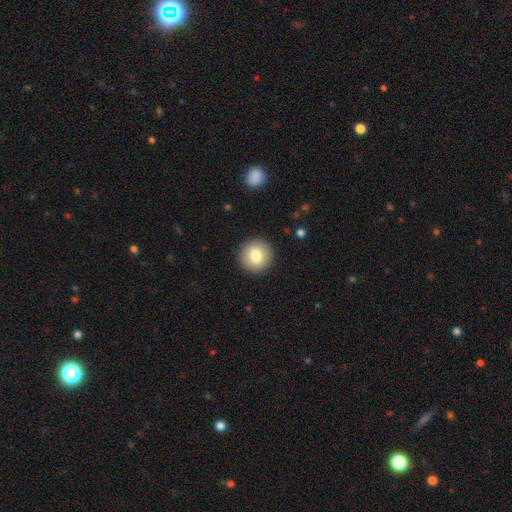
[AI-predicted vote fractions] Morphology: type=smooth (80%); roundness=round (95%); merging=none (92%).